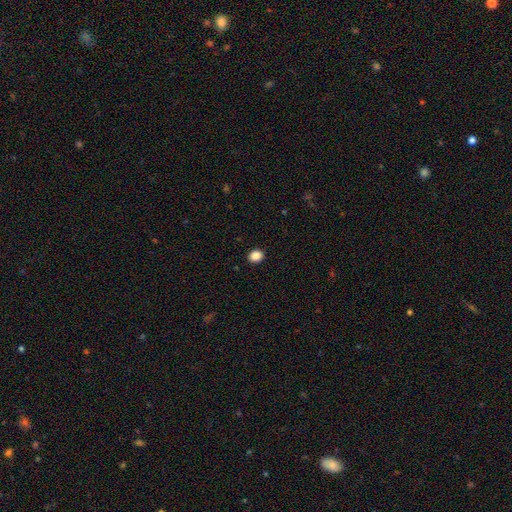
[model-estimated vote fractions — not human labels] A smooth galaxy with no disk features (88%) that is round (60%).

Vote fractions:
- Smooth or featured? smooth: 88% / star or artifact: 10% / featured or disk: 2%
- How rounded? round: 60% / in between: 39% / cigar-shaped: 1%
- Merging? none: 92% / minor disturbance: 6% / major disturbance: 2% / merger: 1%